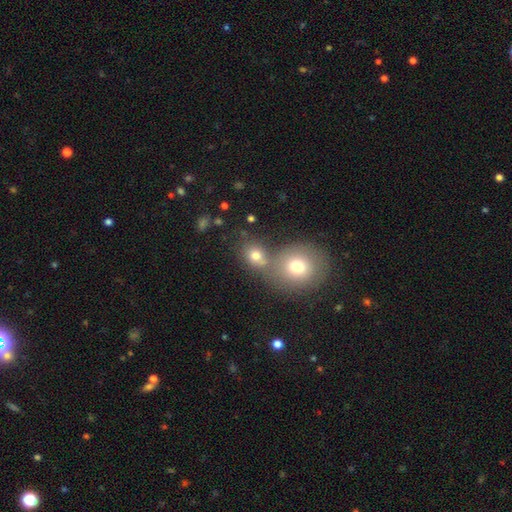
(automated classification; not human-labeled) A smooth galaxy with no disk features (74%) that is round (71%).

Vote fractions:
- Smooth or featured? smooth: 74% / star or artifact: 14% / featured or disk: 12%
- How rounded? round: 71% / in between: 27% / cigar-shaped: 1%
- Merging? none: 44% / merger: 43% / minor disturbance: 8% / major disturbance: 4%